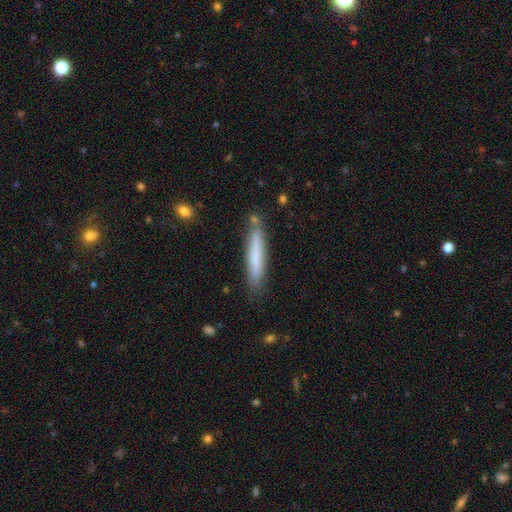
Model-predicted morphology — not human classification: This appears to be a smooth galaxy with no disk features (69%) that is cigar-shaped (93%). Merging: none (82%).